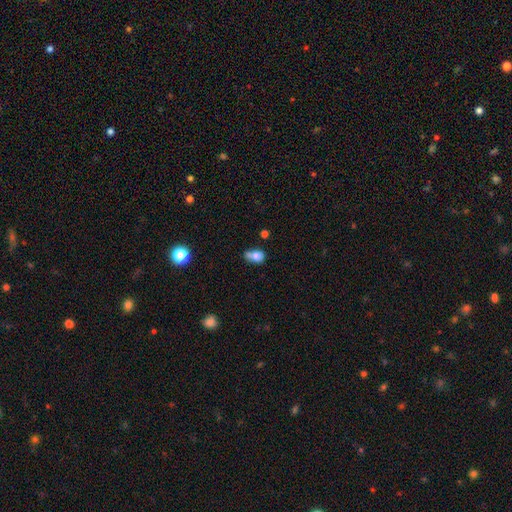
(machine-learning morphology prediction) Smooth or featured: smooth — 74% (featured or disk — 15%)
How rounded: in between — 66% (round — 32%)
Merging: merger — 34% (none — 30%)